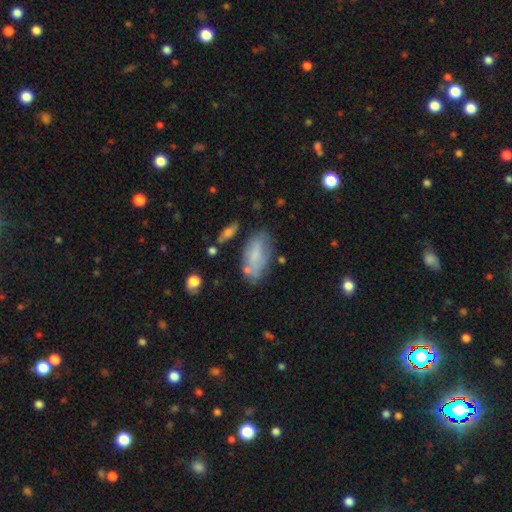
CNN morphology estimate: Smooth or featured? smooth (68%)
How rounded? in between (90%)
Merging? none (59%)